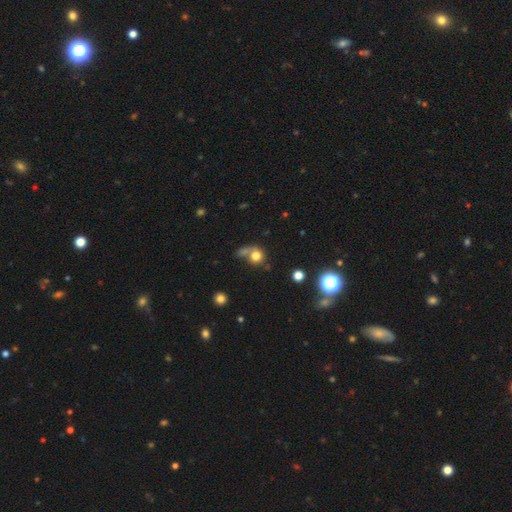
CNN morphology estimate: smooth 75%, star or artifact 14%, featured or disk 11%. Down the decision tree: how rounded — round (82%); merging — none (44%).